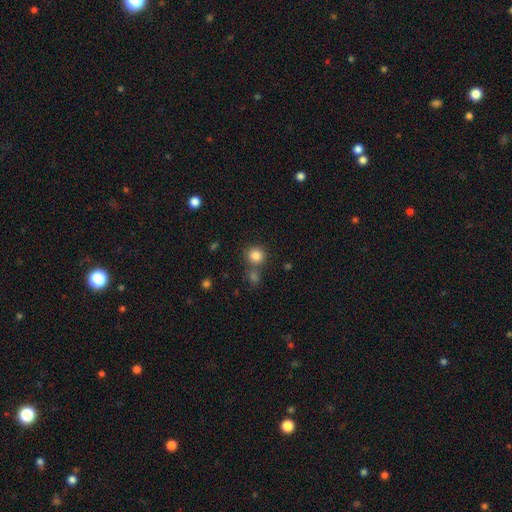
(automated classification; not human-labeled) Smooth or featured? Predicted: smooth (p=0.84). How rounded? Predicted: round (p=0.91). Merging? Predicted: none (p=0.71).